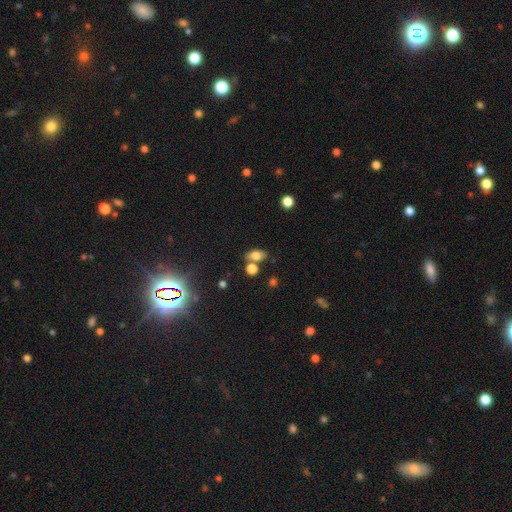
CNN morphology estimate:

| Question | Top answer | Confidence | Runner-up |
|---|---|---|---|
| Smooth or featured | smooth | 75% | featured or disk (12%) |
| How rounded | in between | 83% | round (13%) |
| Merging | none | 62% | merger (21%) |